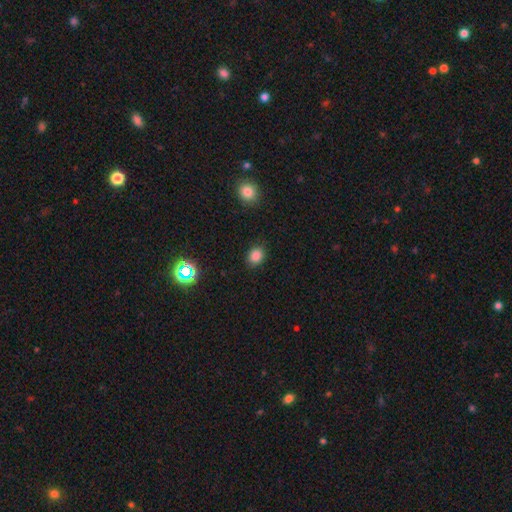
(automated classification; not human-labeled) A smooth galaxy with no disk features (82%) that is round (51%).

Vote fractions:
- Smooth or featured? smooth: 82% / star or artifact: 14% / featured or disk: 4%
- How rounded? round: 51% / in between: 48% / cigar-shaped: 1%
- Merging? none: 86% / minor disturbance: 10% / major disturbance: 3% / merger: 1%